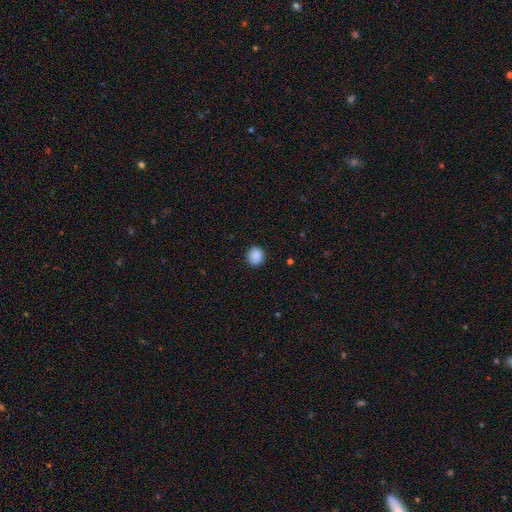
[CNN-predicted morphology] This is clearly a smooth galaxy (89%). How rounded: clearly round (88%). Merging: clearly none (91%).